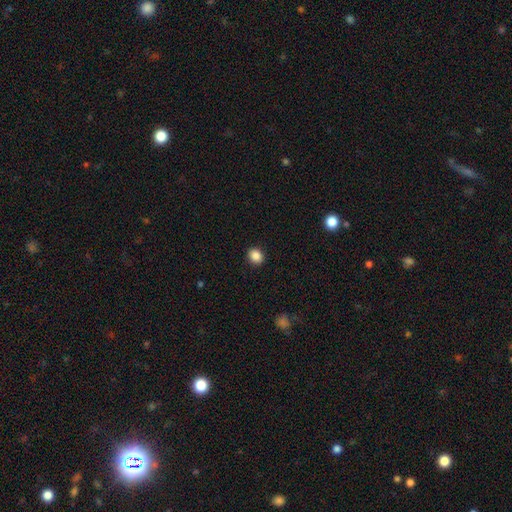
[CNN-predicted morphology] Overall: smooth (87%). How rounded: round (72%). Merging: none (91%).